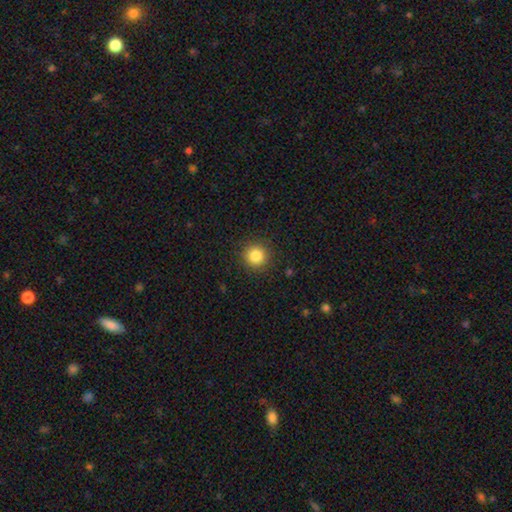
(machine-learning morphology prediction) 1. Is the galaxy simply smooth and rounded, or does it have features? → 84% smooth, 11% star or artifact, 5% featured or disk.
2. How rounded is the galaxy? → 94% round, 5% in between, 1% cigar-shaped.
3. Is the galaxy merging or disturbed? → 90% none, 7% minor disturbance, 2% major disturbance, 1% merger.